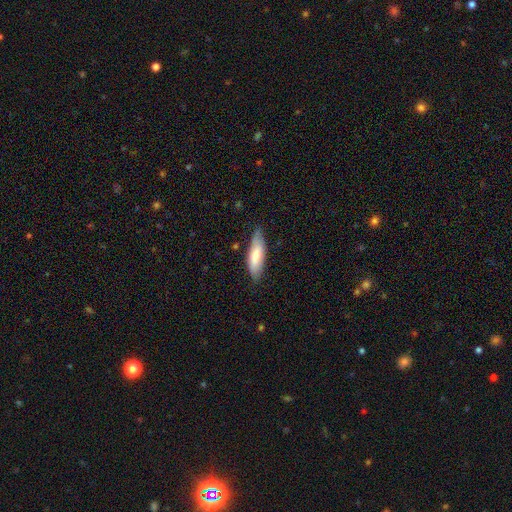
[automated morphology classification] smooth-or-featured: smooth: 72% | featured or disk: 22% | star or artifact: 6%
  how-rounded: in between: 55% | cigar-shaped: 44% | round: 2%
  merging: none: 75% | minor disturbance: 20% | major disturbance: 3% | merger: 1%